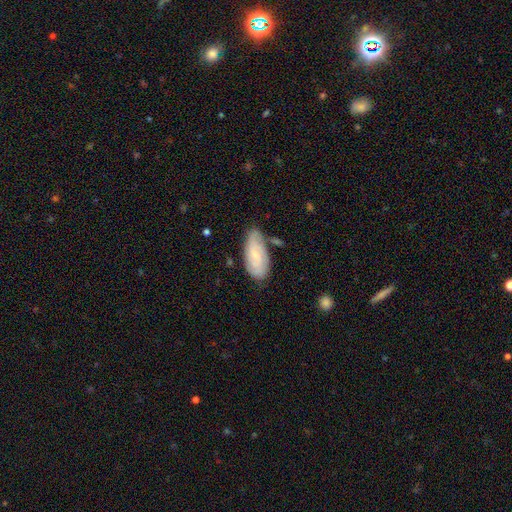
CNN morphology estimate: Smooth or featured? Predicted: smooth (p=0.47). Merging? Predicted: none (p=0.66).